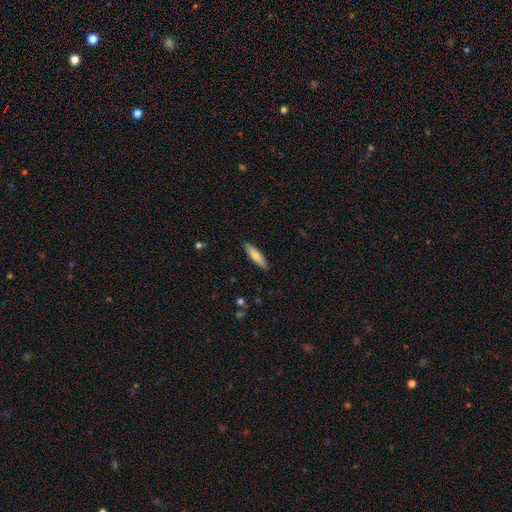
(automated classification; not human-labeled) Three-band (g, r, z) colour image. It shows a smooth galaxy with no disk features (71%) that is cigar-shaped (78%). Merging: none (90%).